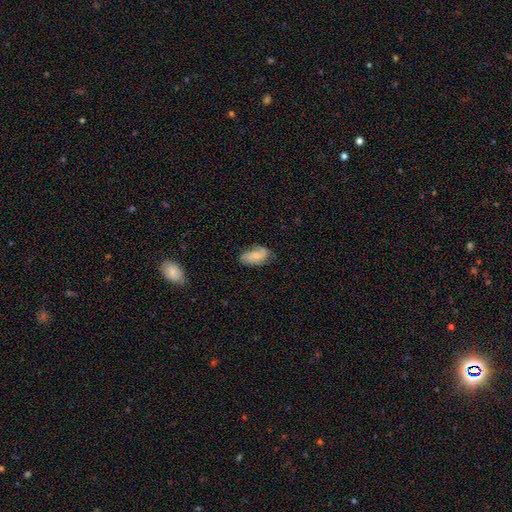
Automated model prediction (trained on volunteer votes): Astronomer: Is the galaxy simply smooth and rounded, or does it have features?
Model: smooth — 51% (runner-up: featured or disk, 41%).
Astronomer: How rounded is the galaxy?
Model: in between — 92%.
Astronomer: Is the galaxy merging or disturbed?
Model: none — 68%.